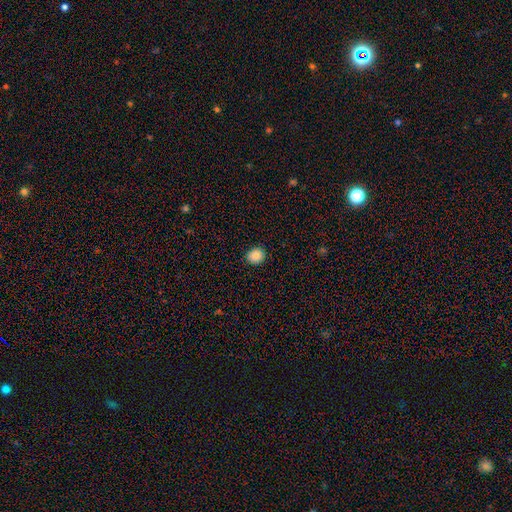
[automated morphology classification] Q: Smooth or featured?
A: smooth (87%); runner-up: star or artifact (10%)
Q: How rounded?
A: round (78%); runner-up: in between (21%)
Q: Merging?
A: none (90%); runner-up: minor disturbance (7%)